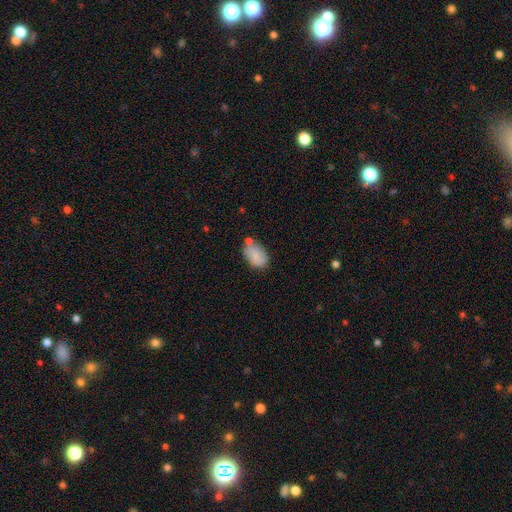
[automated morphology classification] The model was most divided on "merging": none: 56%, minor disturbance: 23%, merger: 15%, major disturbance: 6%. More confident: how rounded — in between (88%); smooth or featured — smooth (80%).